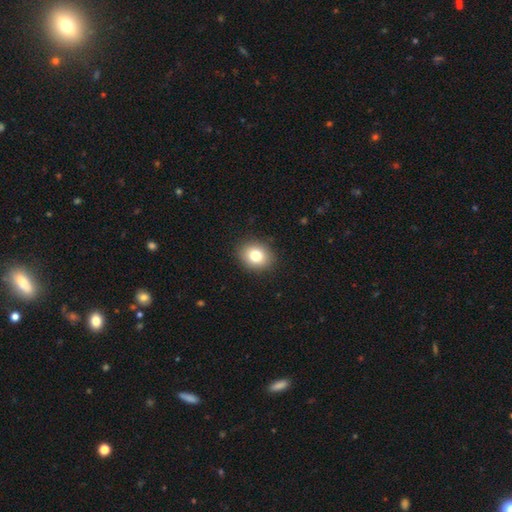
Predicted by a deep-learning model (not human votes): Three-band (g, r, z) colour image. It shows a smooth galaxy with no disk features (79%) that is round (61%). Merging: none (90%).